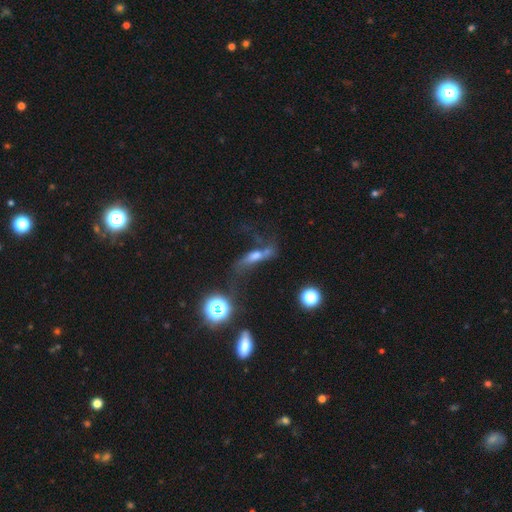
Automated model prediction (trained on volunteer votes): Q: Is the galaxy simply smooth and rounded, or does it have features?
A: featured or disk — 59%.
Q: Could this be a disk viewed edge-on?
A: no — 69%.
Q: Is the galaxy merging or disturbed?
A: none — 43%.